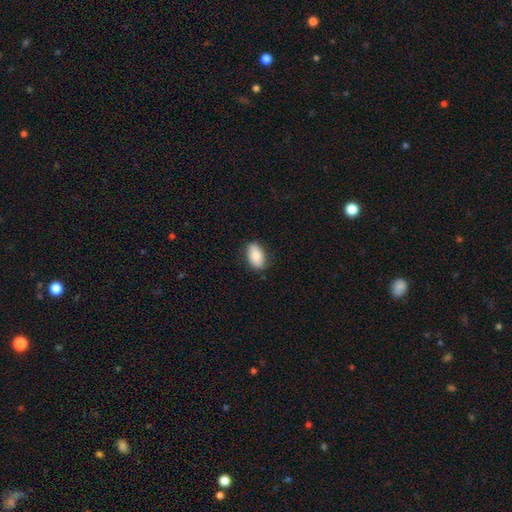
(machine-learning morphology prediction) smooth_or_featured: smooth (p=0.80) [alt: featured or disk p=0.14]
how_rounded: in between (p=0.92) [alt: round p=0.07]
merging: none (p=0.82) [alt: minor disturbance p=0.14]